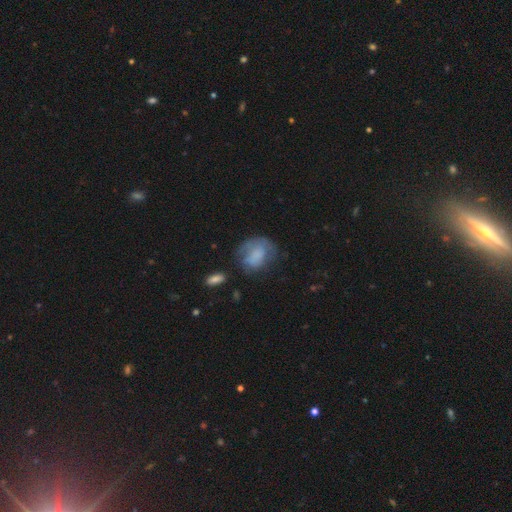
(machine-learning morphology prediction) Smooth or featured? Predicted: smooth (p=0.59). How rounded? Predicted: in between (p=0.53). Merging? Predicted: none (p=0.43).